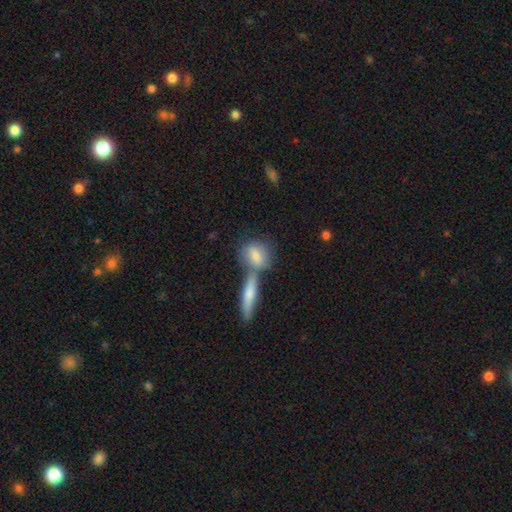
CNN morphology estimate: Smooth or featured? smooth (72%)
How rounded? in between (52%)
Merging? none (43%)